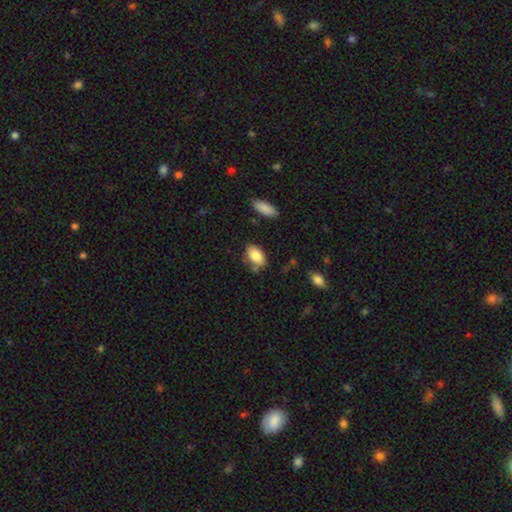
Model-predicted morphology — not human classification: A smooth galaxy with no disk features (85%) that is in between round and cigar-shaped (91%).

Vote fractions:
- Smooth or featured? smooth: 85% / featured or disk: 8% / star or artifact: 7%
- How rounded? in between: 91% / round: 7% / cigar-shaped: 2%
- Merging? none: 60% / minor disturbance: 26% / major disturbance: 7% / merger: 7%